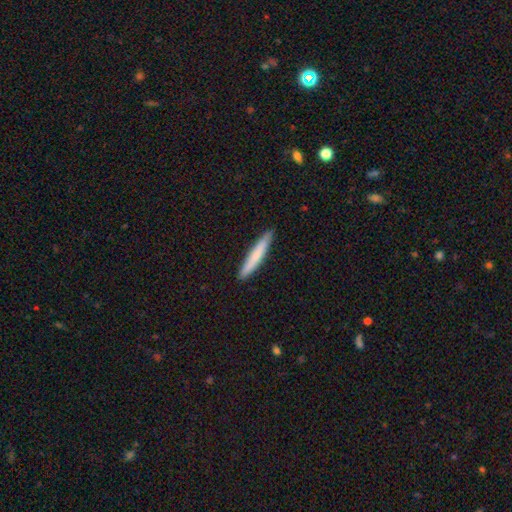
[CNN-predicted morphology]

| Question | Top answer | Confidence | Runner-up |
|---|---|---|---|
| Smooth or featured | smooth | 71% | featured or disk (24%) |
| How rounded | cigar-shaped | 95% | in between (3%) |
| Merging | none | 91% | minor disturbance (7%) |